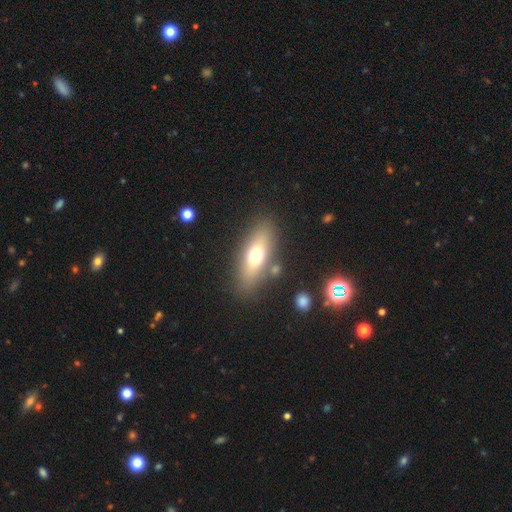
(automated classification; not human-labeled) Q: Smooth or featured?
A: smooth (64%); runner-up: featured or disk (28%)
Q: How rounded?
A: in between (67%); runner-up: cigar-shaped (28%)
Q: Merging?
A: none (79%); runner-up: minor disturbance (12%)